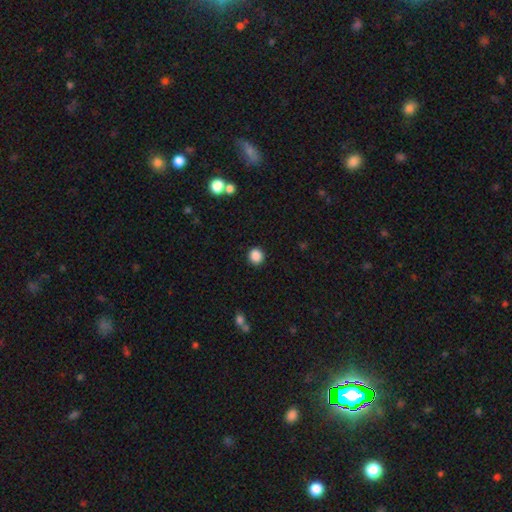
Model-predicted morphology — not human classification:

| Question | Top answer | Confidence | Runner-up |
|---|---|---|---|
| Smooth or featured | smooth | 87% | star or artifact (10%) |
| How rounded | round | 90% | in between (9%) |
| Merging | none | 91% | minor disturbance (5%) |